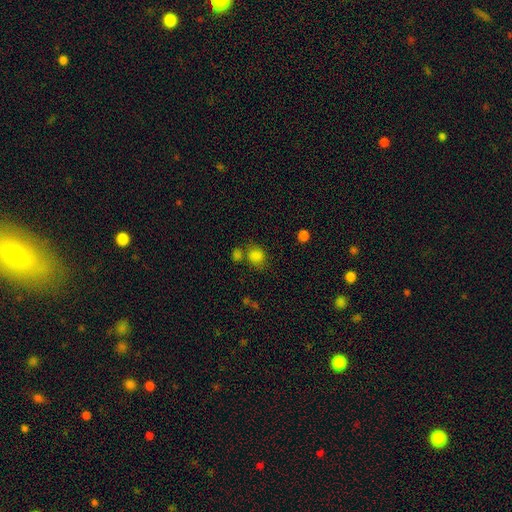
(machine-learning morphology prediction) Overall: smooth (80%). How rounded: round (60%; in between 39%). Merging: none (55%; merger 24%).